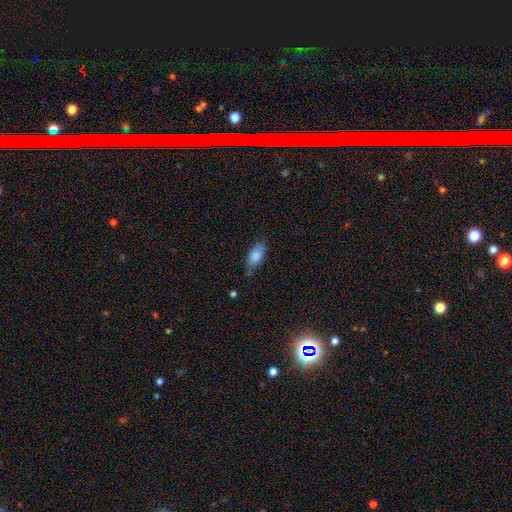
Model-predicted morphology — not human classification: A smooth galaxy with no disk features (80%) that is in between round and cigar-shaped (86%). Merging: none (64%).